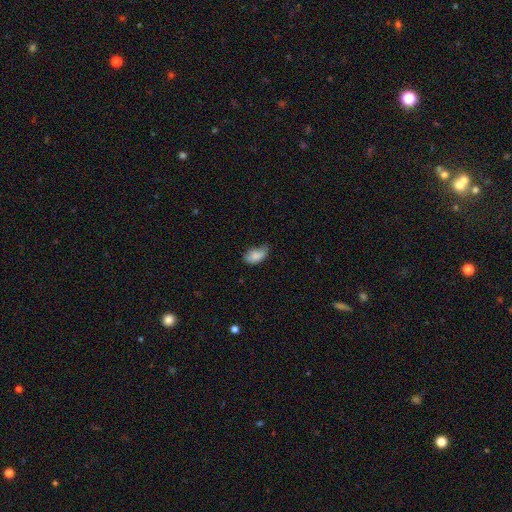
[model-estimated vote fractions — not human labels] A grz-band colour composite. It shows a smooth galaxy with no disk features (82%) that is in between round and cigar-shaped (91%). Merging: minor disturbance (45%).